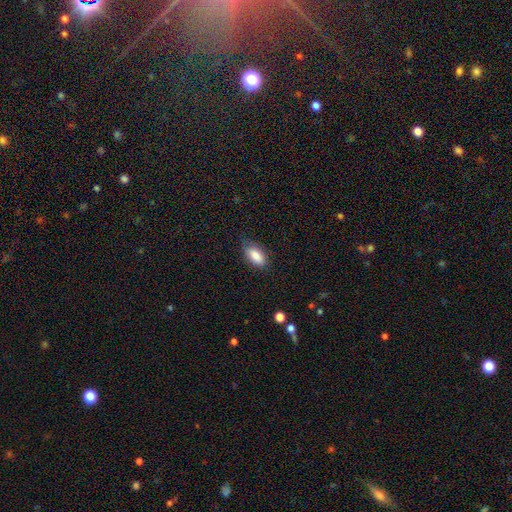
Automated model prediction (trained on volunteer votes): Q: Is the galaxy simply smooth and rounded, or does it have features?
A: smooth — 86%.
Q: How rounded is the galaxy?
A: in between — 89%.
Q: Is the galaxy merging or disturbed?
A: none — 73%.